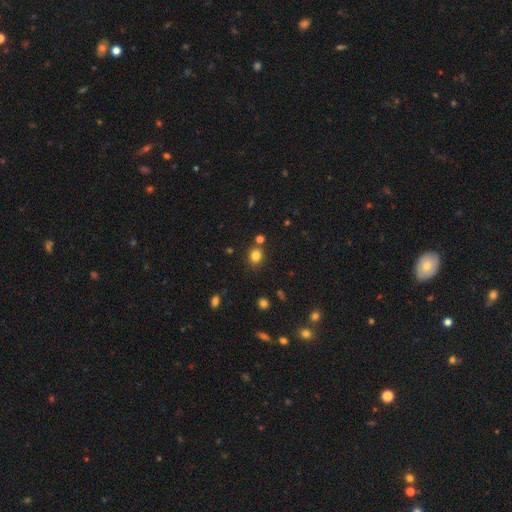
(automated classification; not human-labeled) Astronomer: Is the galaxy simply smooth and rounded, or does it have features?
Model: smooth — 81%.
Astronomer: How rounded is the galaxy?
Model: round — 73%.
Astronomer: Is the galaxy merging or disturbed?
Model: none — 79%.